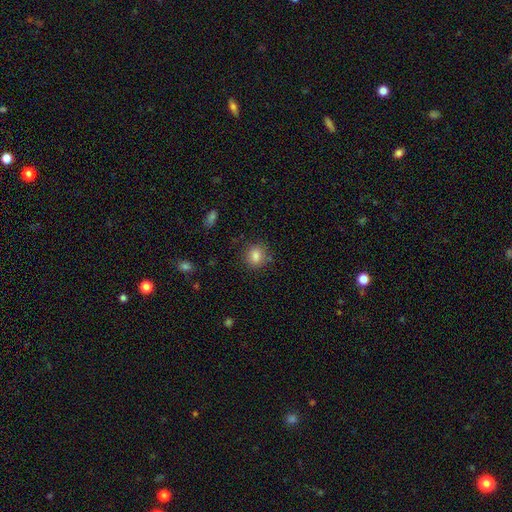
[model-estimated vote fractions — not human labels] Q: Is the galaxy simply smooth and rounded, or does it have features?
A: smooth — 83%.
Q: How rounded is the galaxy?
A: round — 73%.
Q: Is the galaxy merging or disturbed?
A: none — 82%.